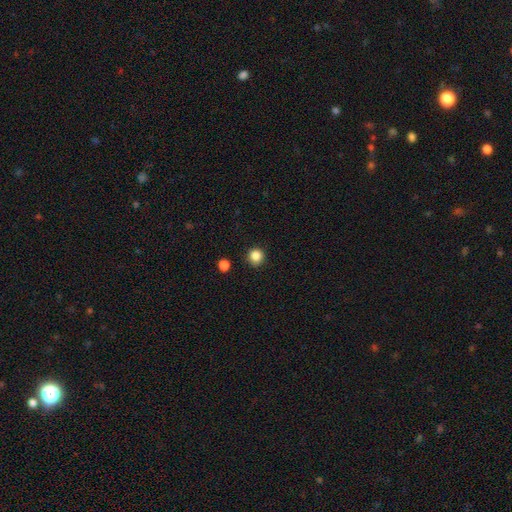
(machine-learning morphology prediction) This is clearly a smooth galaxy (85%). How rounded: clearly round (93%). Merging: clearly none (91%).